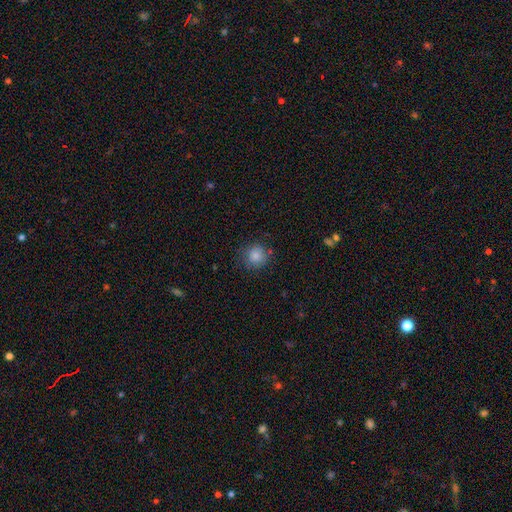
Q: Smooth or featured?
A: smooth (80%); runner-up: star or artifact (12%)
Q: How rounded?
A: round (100%)
Q: Merging?
A: none (77%); runner-up: minor disturbance (11%)